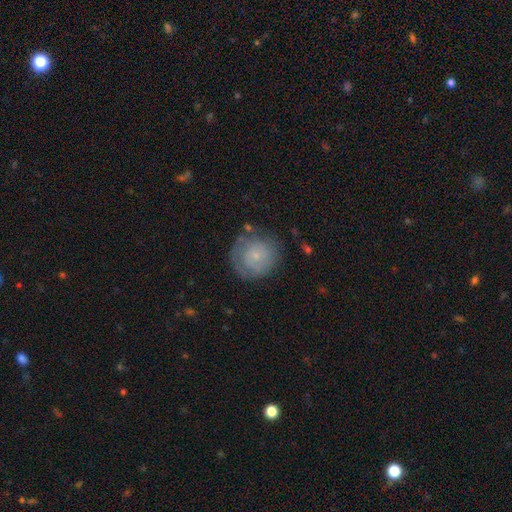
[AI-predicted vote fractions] A smooth galaxy with no disk features (51%) that is round (87%).

Vote fractions:
- Smooth or featured? smooth: 51% / featured or disk: 41% / star or artifact: 8%
- How rounded? round: 87% / in between: 12% / cigar-shaped: 1%
- Merging? none: 67% / minor disturbance: 20% / major disturbance: 10% / merger: 2%